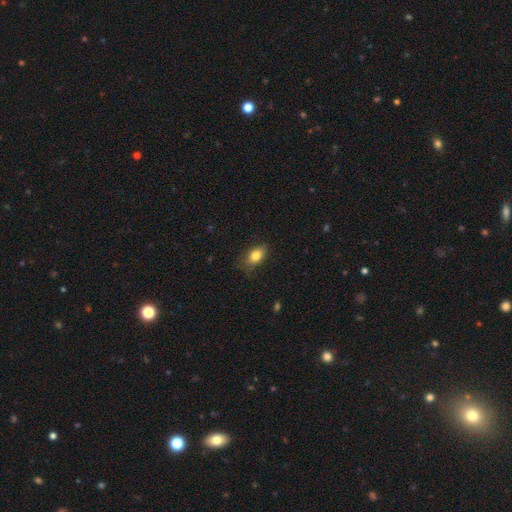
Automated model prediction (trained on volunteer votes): A smooth galaxy with no disk features (81%) that is in between round and cigar-shaped (85%). Merging: none (72%).